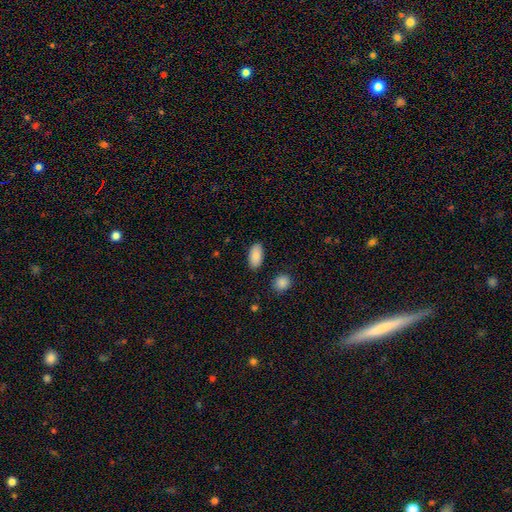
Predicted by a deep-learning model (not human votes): This appears to be a smooth galaxy with no disk features (87%) that is in between round and cigar-shaped (93%). Merging: none (87%).